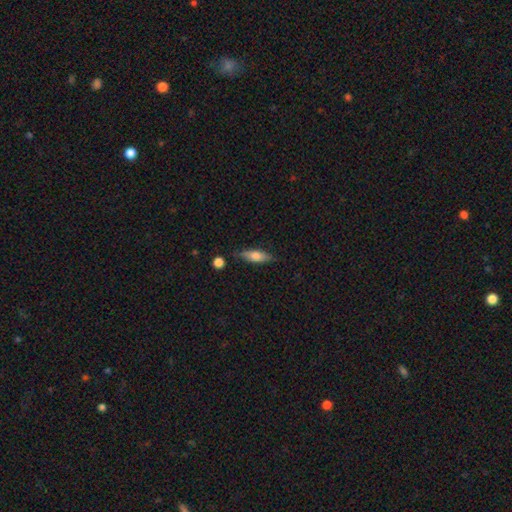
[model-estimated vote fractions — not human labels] Smooth or featured? smooth (65%)
How rounded? in between (53%)
Merging? none (75%)